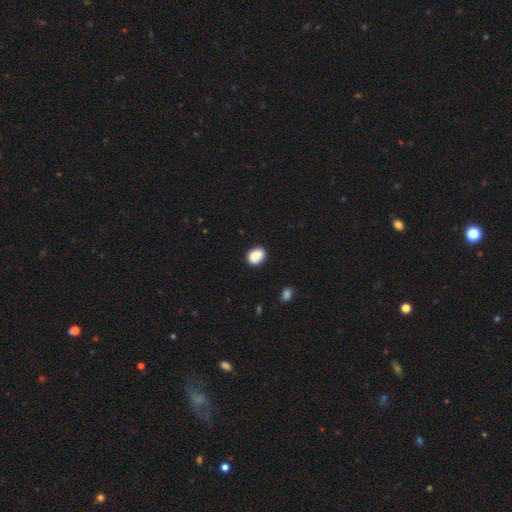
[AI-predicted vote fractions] Smooth or featured? smooth (86%)
How rounded? in between (61%)
Merging? none (82%)